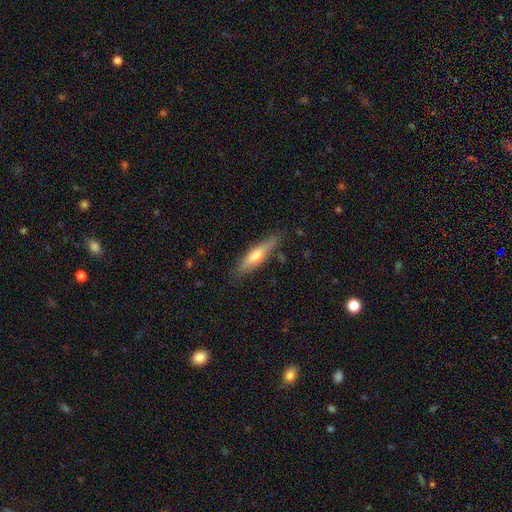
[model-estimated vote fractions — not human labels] Smooth or featured? Predicted: featured or disk (p=0.49). Merging? Predicted: none (p=0.83).